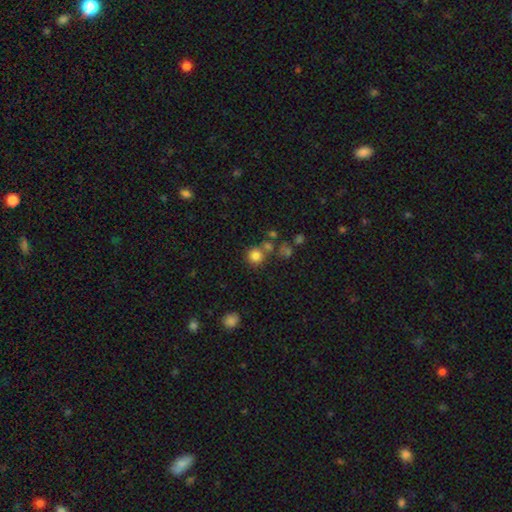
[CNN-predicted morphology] Smooth or featured? smooth (81%)
How rounded? round (92%)
Merging? none (72%)